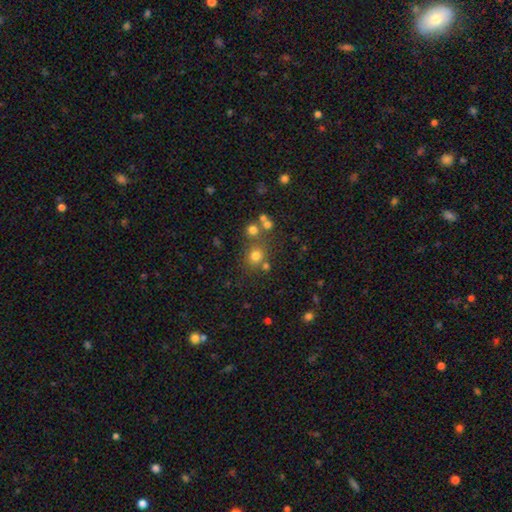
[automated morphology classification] smooth-or-featured: smooth: 72% | star or artifact: 18% | featured or disk: 9%
  how-rounded: round: 84% | in between: 15% | cigar-shaped: 1%
  merging: none: 70% | merger: 16% | minor disturbance: 10% | major disturbance: 5%